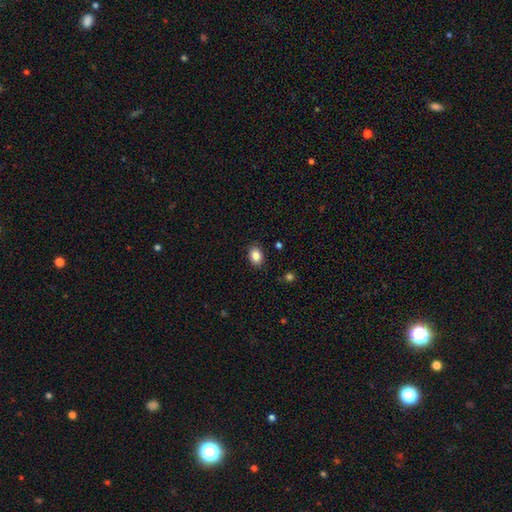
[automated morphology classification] Smooth or featured? Predicted: smooth (p=0.86). How rounded? Predicted: in between (p=0.71). Merging? Predicted: none (p=0.87).